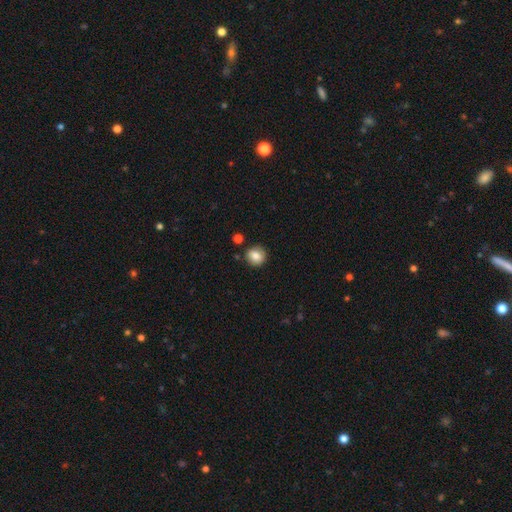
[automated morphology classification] smooth_or_featured: smooth (p=0.82) [alt: star or artifact p=0.09]
how_rounded: round (p=0.89) [alt: in between p=0.10]
merging: none (p=0.86) [alt: minor disturbance p=0.08]